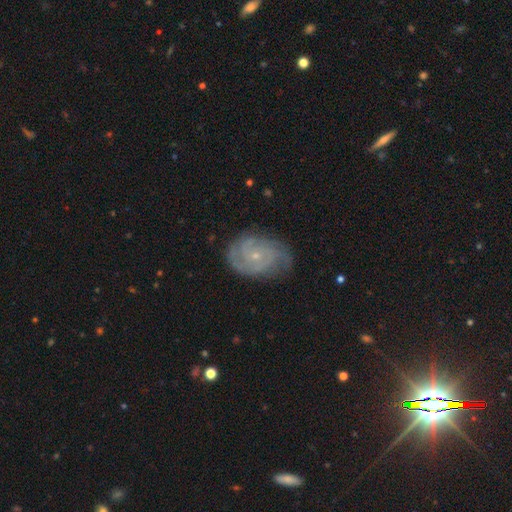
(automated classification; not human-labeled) Smooth or featured: featured or disk — 84% (smooth — 10%)
Edge-on disk: no — 97% (yes — 3%)
Bar: no — 74% (weak — 22%)
Spiral arms: yes — 96% (no — 4%)
Spiral winding: tight — 61% (medium — 32%)
Spiral arm count: 2 — 32% (3 — 25%)
Bulge size: small — 79% (moderate — 17%)
Merging: none — 74% (minor disturbance — 19%)